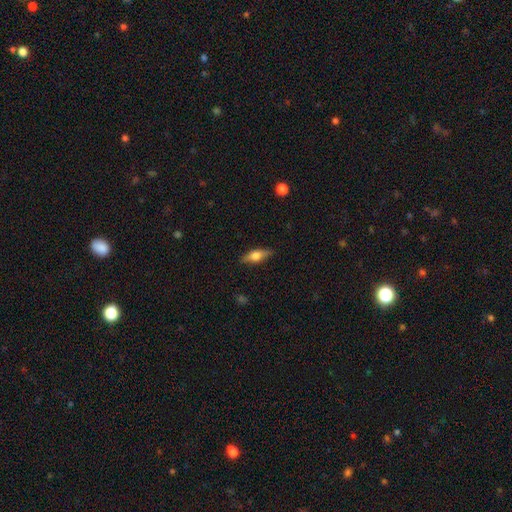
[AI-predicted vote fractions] The model was most divided on "smooth or featured": smooth: 55%, featured or disk: 39%, star or artifact: 7%. More confident: merging — none (83%); how rounded — in between (61%).